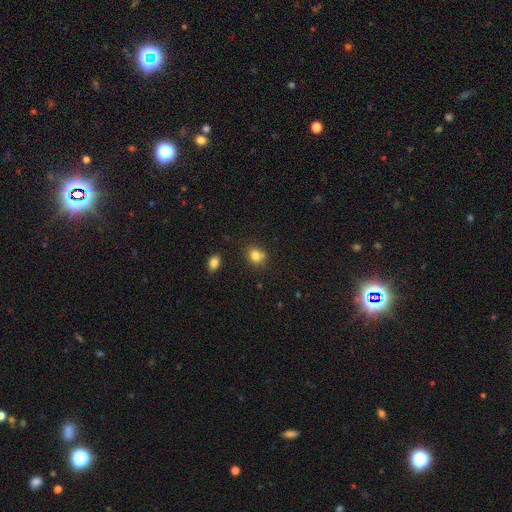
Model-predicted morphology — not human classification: This is clearly a smooth galaxy (80%). How rounded: likely round (64%). Merging: likely none (66%).